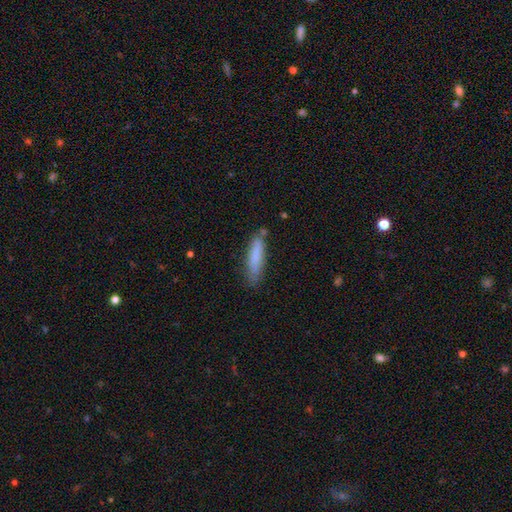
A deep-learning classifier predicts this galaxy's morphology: This is likely a smooth galaxy (80%). How rounded: likely cigar-shaped (79%). Merging: likely none (71%).